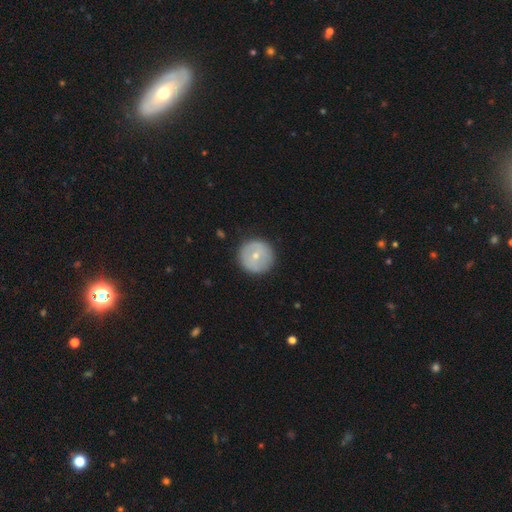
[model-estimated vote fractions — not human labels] The model was most divided on "smooth or featured": smooth: 58%, featured or disk: 35%, star or artifact: 7%. More confident: how rounded — round (96%); merging — none (88%).